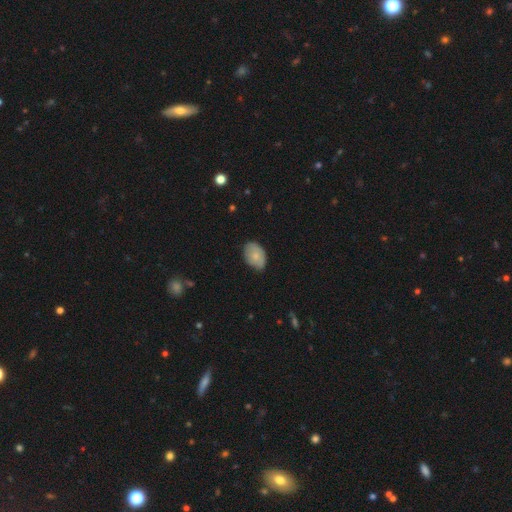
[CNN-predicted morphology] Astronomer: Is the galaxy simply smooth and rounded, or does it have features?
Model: smooth — 75%.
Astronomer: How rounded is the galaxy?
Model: in between — 85%.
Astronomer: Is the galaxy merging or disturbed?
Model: none — 71%.